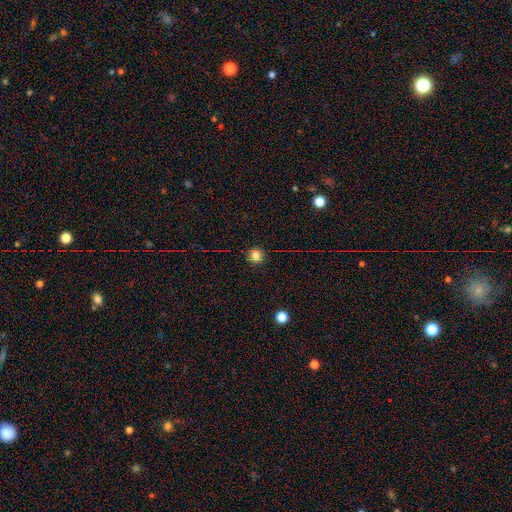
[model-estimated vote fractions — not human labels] The model was most divided on "smooth or featured": smooth: 82%, star or artifact: 13%, featured or disk: 6%. More confident: how rounded — round (95%); merging — none (93%).